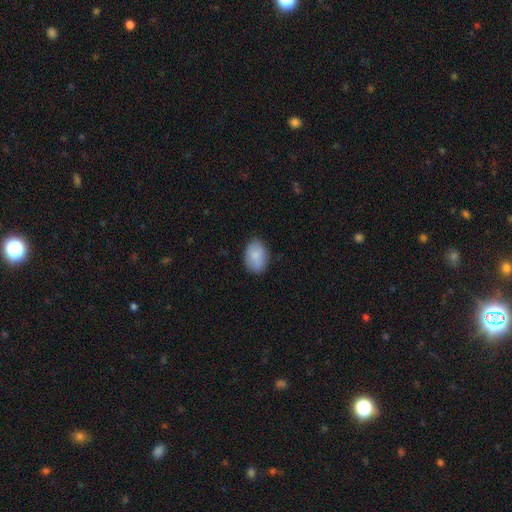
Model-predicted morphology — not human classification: This appears to be a smooth galaxy with no disk features (85%) that is in between round and cigar-shaped (81%). Merging: none (81%).